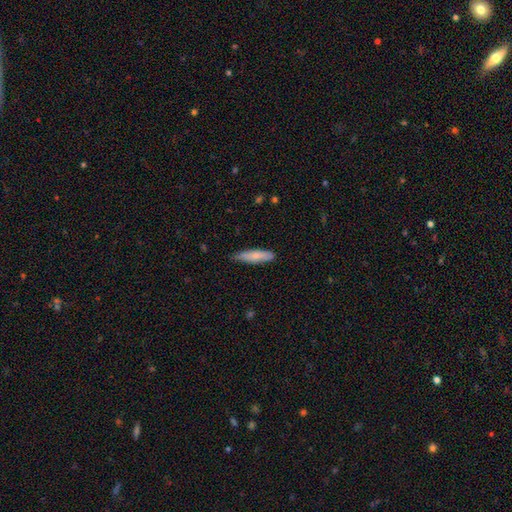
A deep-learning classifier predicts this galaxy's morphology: Smooth or featured? Predicted: smooth (p=0.74). How rounded? Predicted: cigar-shaped (p=0.74). Merging? Predicted: none (p=0.75).